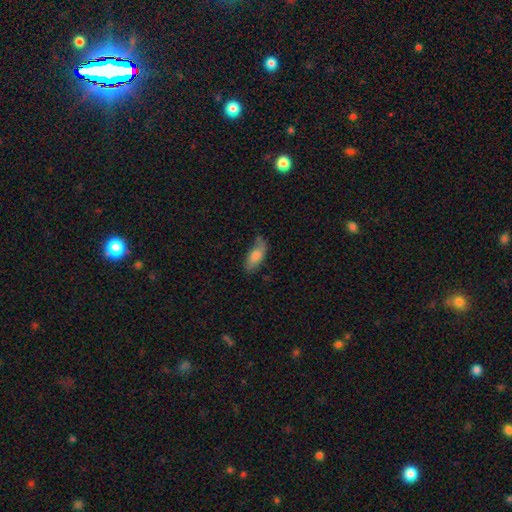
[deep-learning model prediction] Morphology: type=smooth (78%); roundness=in between (81%); merging=none (65%).